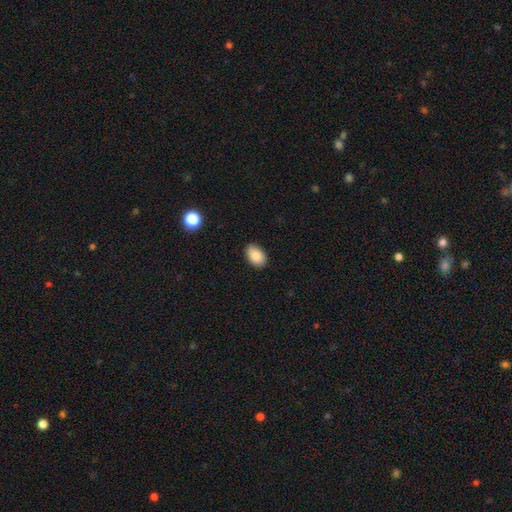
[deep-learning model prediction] This is clearly a smooth galaxy (87%). How rounded: clearly in between (88%). Merging: clearly none (87%).